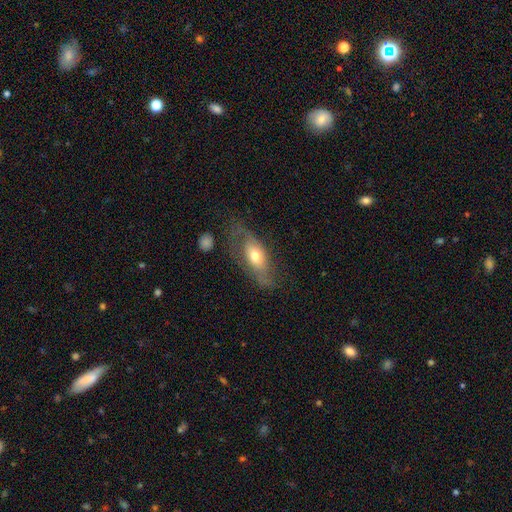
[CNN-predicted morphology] This appears to be a featured or disk galaxy (48%). Merging: none (53%).